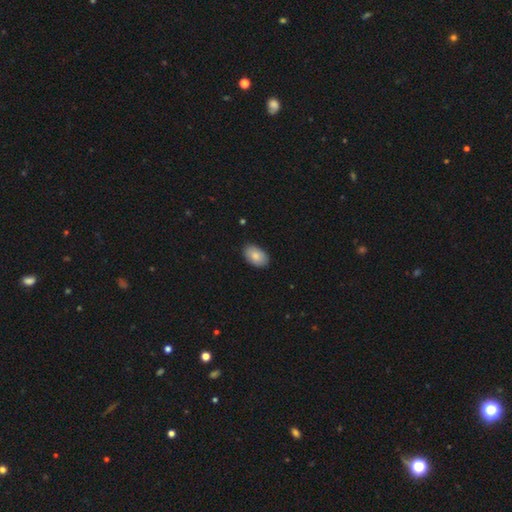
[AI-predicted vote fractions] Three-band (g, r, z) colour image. It shows a smooth galaxy with no disk features (84%) that is in between round and cigar-shaped (92%). Merging: none (86%).